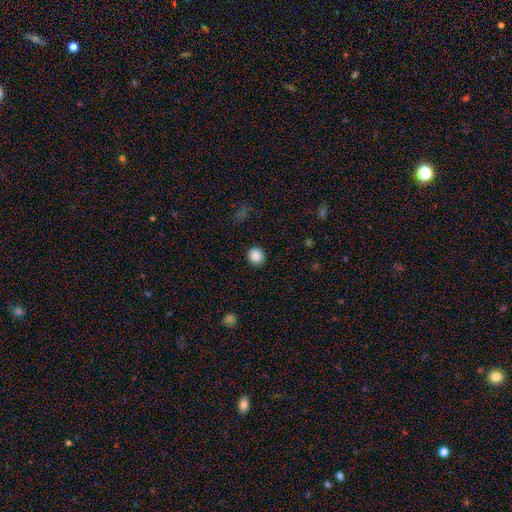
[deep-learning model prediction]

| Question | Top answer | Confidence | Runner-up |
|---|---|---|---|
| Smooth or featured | smooth | 87% | star or artifact (10%) |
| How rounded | round | 90% | in between (9%) |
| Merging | none | 89% | minor disturbance (8%) |